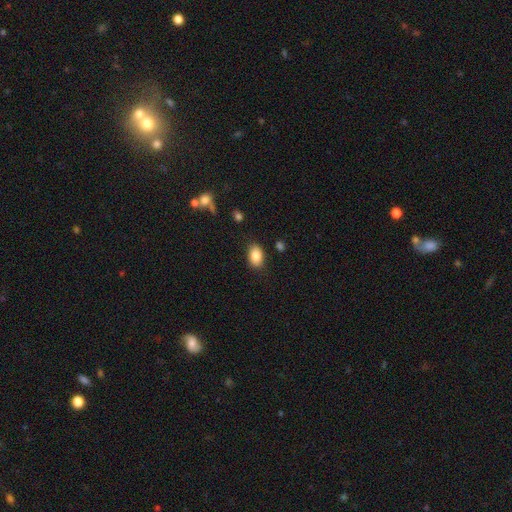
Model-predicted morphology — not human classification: smooth-or-featured: smooth: 85% | star or artifact: 8% | featured or disk: 7%
  how-rounded: in between: 87% | round: 12% | cigar-shaped: 1%
  merging: none: 85% | minor disturbance: 11% | major disturbance: 3% | merger: 2%